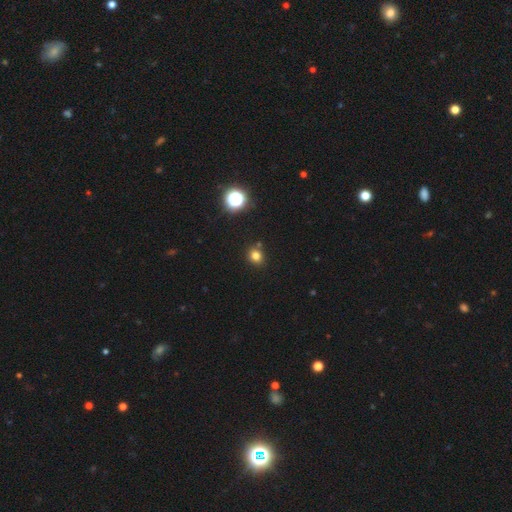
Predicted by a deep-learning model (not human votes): Smooth or featured? smooth (77%)
How rounded? round (74%)
Merging? none (81%)